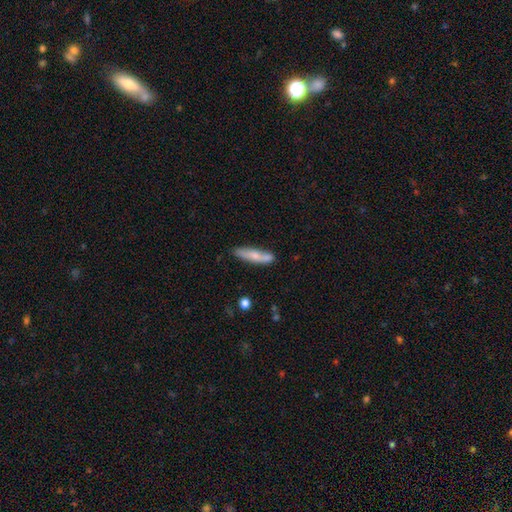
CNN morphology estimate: Q: Smooth or featured?
A: smooth (65%); runner-up: featured or disk (29%)
Q: How rounded?
A: cigar-shaped (79%); runner-up: in between (19%)
Q: Merging?
A: none (66%); runner-up: minor disturbance (20%)